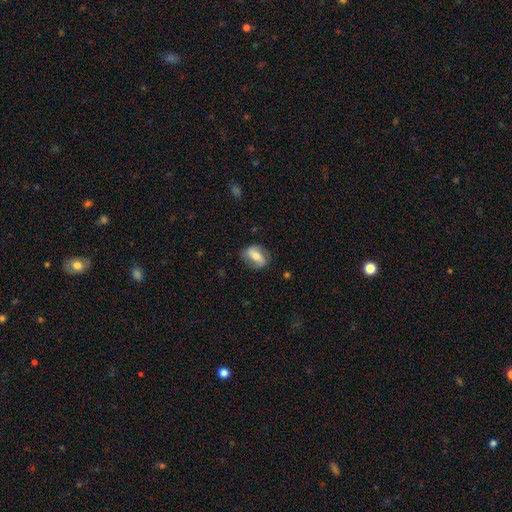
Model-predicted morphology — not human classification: smooth_or_featured: featured or disk (p=0.48) [alt: smooth p=0.45]
merging: none (p=0.74) [alt: minor disturbance p=0.18]